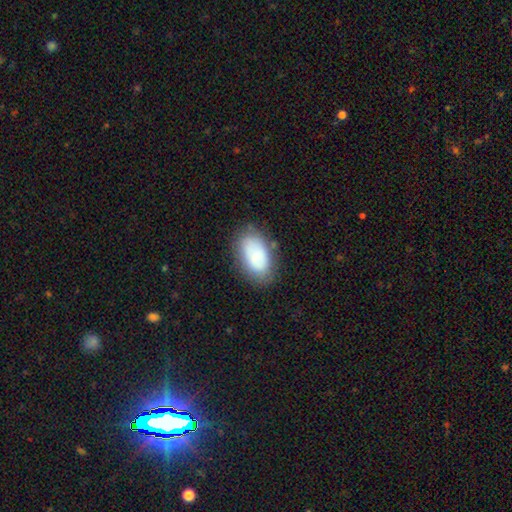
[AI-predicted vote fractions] Smooth or featured?
  - smooth: 78% *
  - featured or disk: 14%
  - star or artifact: 8%
How rounded?
  - in between: 93% *
  - round: 5%
  - cigar-shaped: 2%
Merging?
  - none: 74% *
  - minor disturbance: 19%
  - major disturbance: 5%
  - merger: 3%